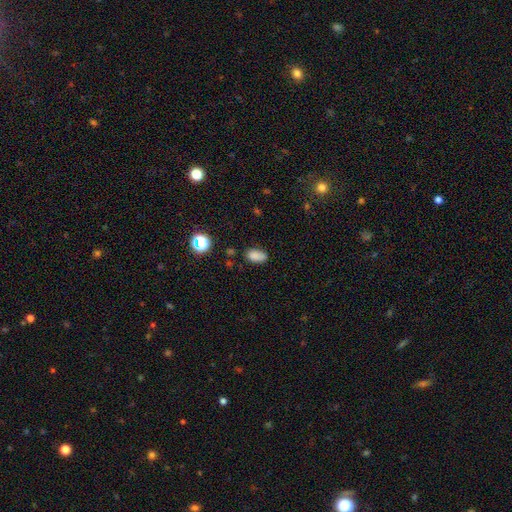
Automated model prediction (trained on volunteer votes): Smooth or featured?
  - smooth: 82% *
  - star or artifact: 13%
  - featured or disk: 6%
How rounded?
  - in between: 89% *
  - round: 9%
  - cigar-shaped: 3%
Merging?
  - none: 73% *
  - minor disturbance: 18%
  - merger: 4%
  - major disturbance: 4%